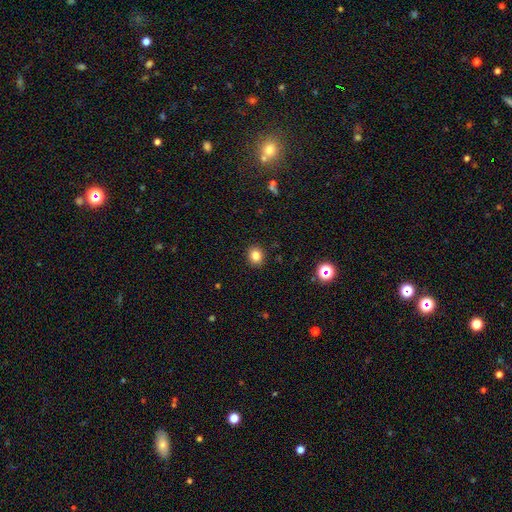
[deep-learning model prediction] A smooth galaxy with no disk features (83%) that is round (71%).

Vote fractions:
- Smooth or featured? smooth: 83% / star or artifact: 12% / featured or disk: 5%
- How rounded? round: 71% / in between: 29% / cigar-shaped: 1%
- Merging? none: 91% / minor disturbance: 6% / major disturbance: 2% / merger: 1%